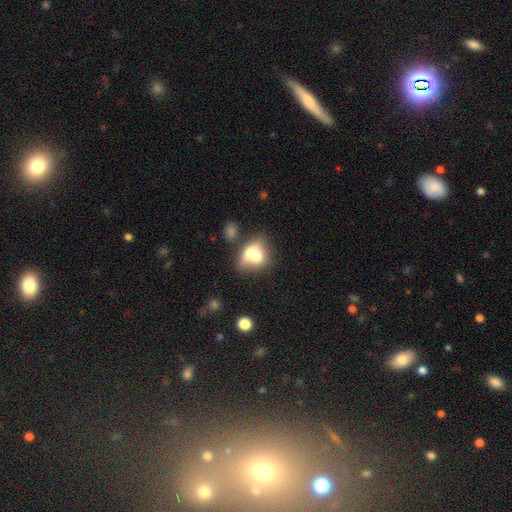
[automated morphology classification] A smooth galaxy with no disk features (62%) that is in between round and cigar-shaped (52%).

Vote fractions:
- Smooth or featured? smooth: 62% / featured or disk: 28% / star or artifact: 10%
- How rounded? in between: 52% / round: 45% / cigar-shaped: 3%
- Merging? merger: 57% / none: 24% / minor disturbance: 11% / major disturbance: 8%